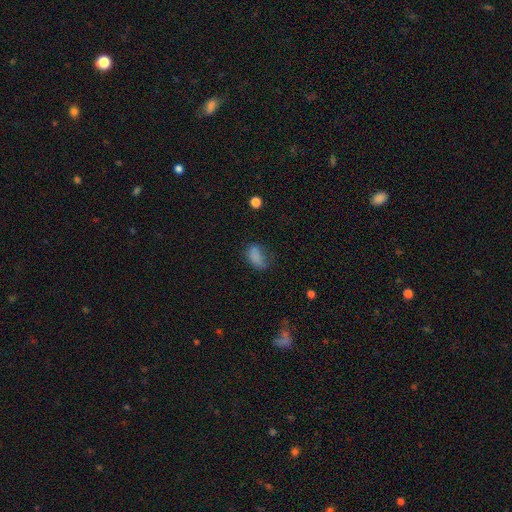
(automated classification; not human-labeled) smooth 78%, star or artifact 12%, featured or disk 10%. Down the decision tree: how rounded — in between (88%); merging — none (45%).